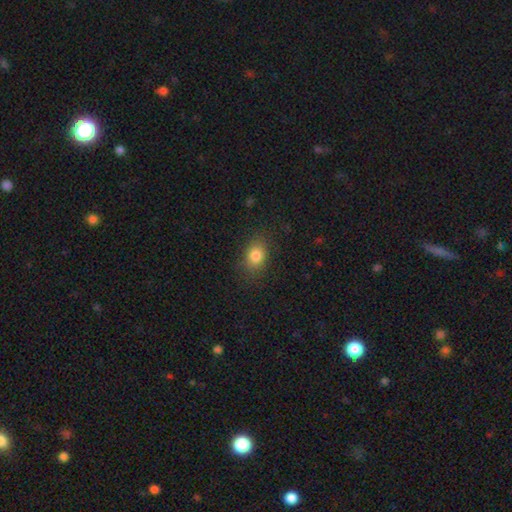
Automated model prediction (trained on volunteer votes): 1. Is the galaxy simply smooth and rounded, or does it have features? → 82% smooth, 10% star or artifact, 7% featured or disk.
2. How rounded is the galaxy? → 65% in between, 33% round, 1% cigar-shaped.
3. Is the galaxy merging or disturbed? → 83% none, 12% minor disturbance, 4% major disturbance, 1% merger.